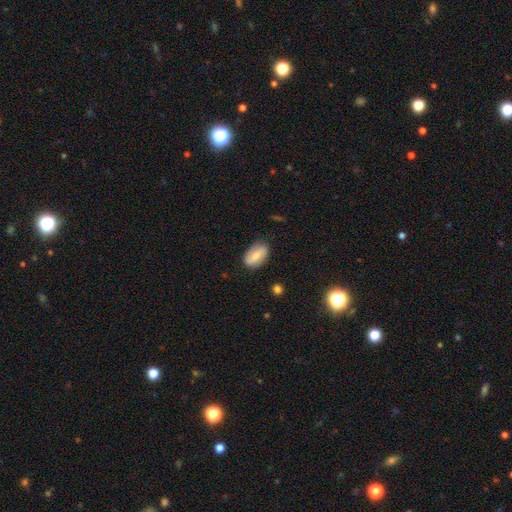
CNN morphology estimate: smooth 54%, featured or disk 39%, star or artifact 7%. Down the decision tree: how rounded — in between (90%); merging — none (82%).